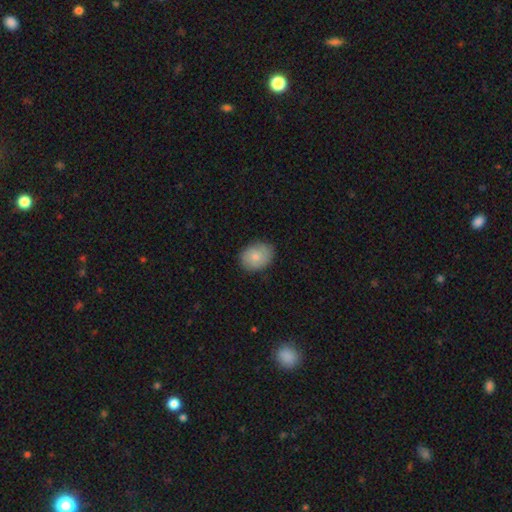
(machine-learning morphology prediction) This is likely a smooth galaxy (78%). How rounded: likely in between (62%). Merging: clearly none (83%).